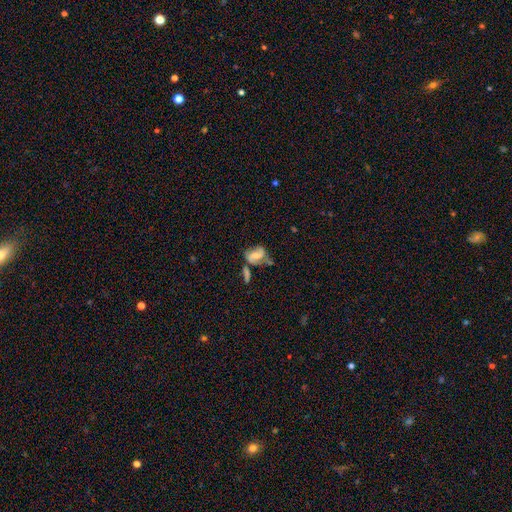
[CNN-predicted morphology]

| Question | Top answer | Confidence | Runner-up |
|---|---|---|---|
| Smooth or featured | featured or disk | 60% | smooth (31%) |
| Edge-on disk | no | 96% | yes (4%) |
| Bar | weak | 41% | no (40%) |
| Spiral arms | yes | 80% | no (20%) |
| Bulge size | moderate | 43% | small (39%) |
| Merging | none | 33% | minor disturbance (23%) |